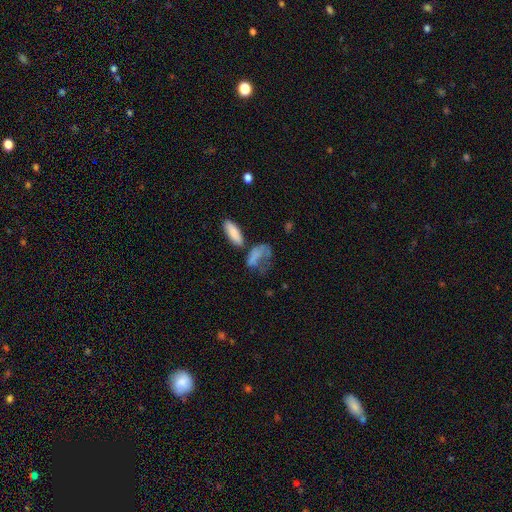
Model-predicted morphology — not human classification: This is likely a smooth galaxy (66%). How rounded: likely in between (78%). Merging: marginally major disturbance (37%).